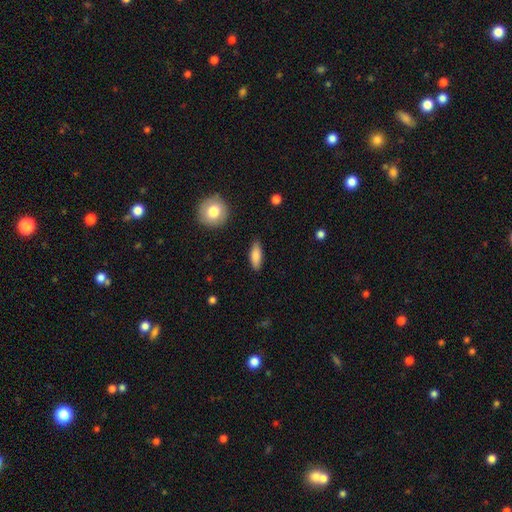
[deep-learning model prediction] smooth 83%, featured or disk 10%, star or artifact 6%. Down the decision tree: how rounded — in between (67%); merging — none (86%).